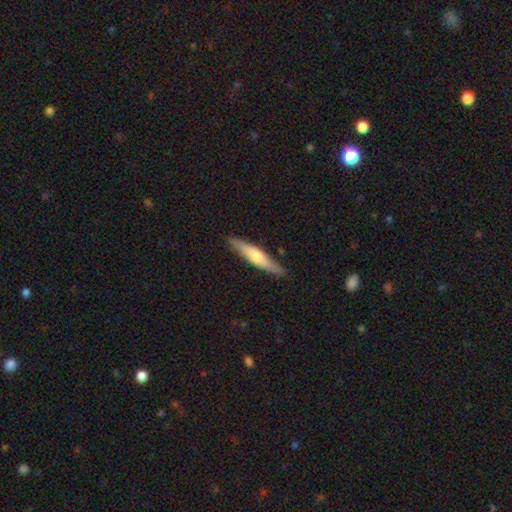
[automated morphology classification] A featured or disk galaxy (48%).

Vote fractions:
- Smooth or featured? featured or disk: 48% / smooth: 47% / star or artifact: 5%
- Merging? none: 88% / minor disturbance: 9% / major disturbance: 2% / merger: 1%